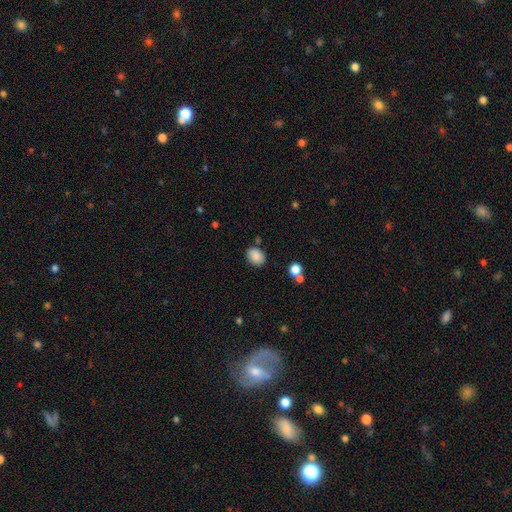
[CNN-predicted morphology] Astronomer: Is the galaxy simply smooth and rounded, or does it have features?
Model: smooth — 86%.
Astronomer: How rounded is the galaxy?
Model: in between — 60% (runner-up: round, 39%).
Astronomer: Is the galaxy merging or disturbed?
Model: none — 80%.